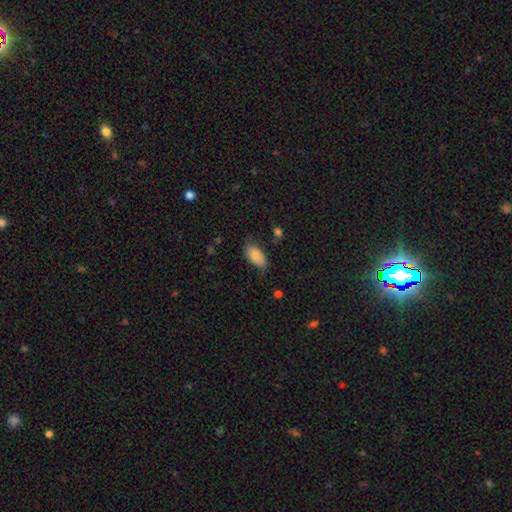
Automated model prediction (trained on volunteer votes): smooth_or_featured: smooth (p=0.74) [alt: featured or disk p=0.18]
how_rounded: in between (p=0.94) [alt: round p=0.04]
merging: none (p=0.54) [alt: minor disturbance p=0.32]